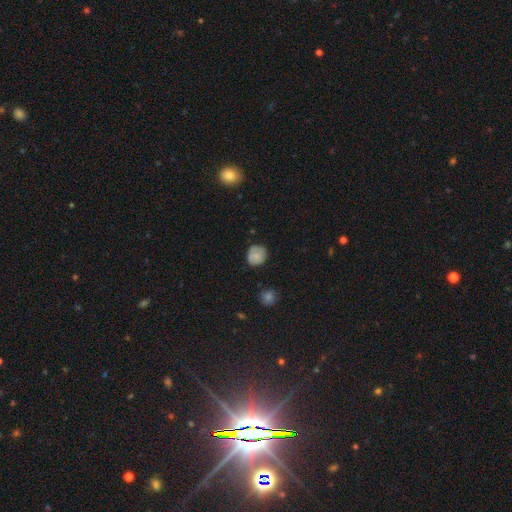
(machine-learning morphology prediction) Smooth or featured: smooth — 70% (featured or disk — 20%)
How rounded: round — 77% (in between — 22%)
Merging: none — 72% (minor disturbance — 21%)